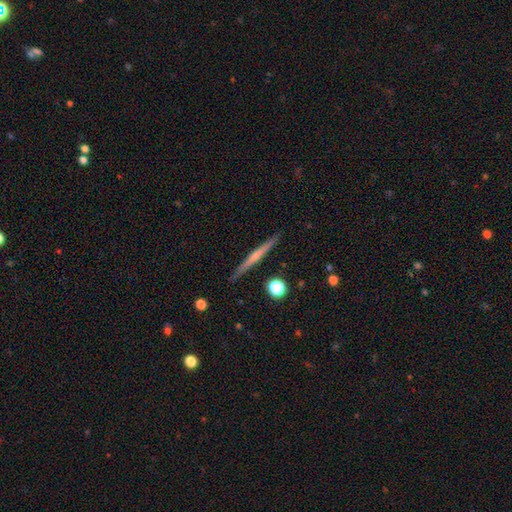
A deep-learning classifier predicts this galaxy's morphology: The model was most divided on "edge-on bulge": none: 52%, rounded: 42%, boxy: 7%. More confident: edge-on disk — yes (98%); merging — none (90%); smooth or featured — featured or disk (60%).